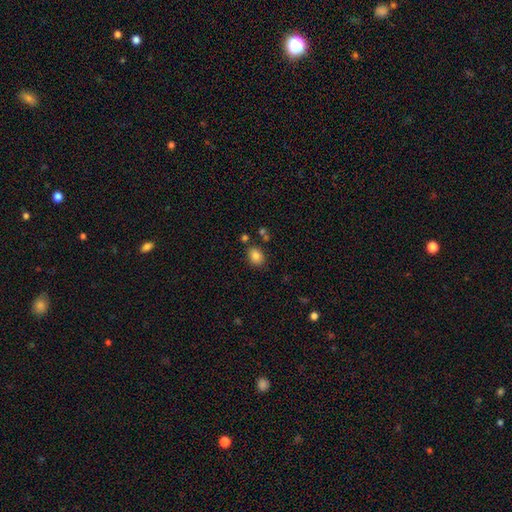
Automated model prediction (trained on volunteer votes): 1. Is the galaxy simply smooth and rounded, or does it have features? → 83% smooth, 10% star or artifact, 7% featured or disk.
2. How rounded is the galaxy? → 58% in between, 41% round, 1% cigar-shaped.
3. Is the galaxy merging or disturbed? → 79% none, 12% minor disturbance, 6% merger, 3% major disturbance.